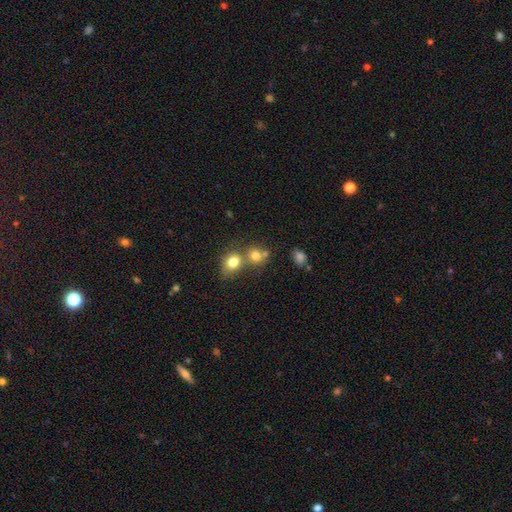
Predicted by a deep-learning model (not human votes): Q: Smooth or featured?
A: smooth (76%); runner-up: star or artifact (14%)
Q: How rounded?
A: round (76%); runner-up: in between (23%)
Q: Merging?
A: merger (46%); runner-up: none (43%)